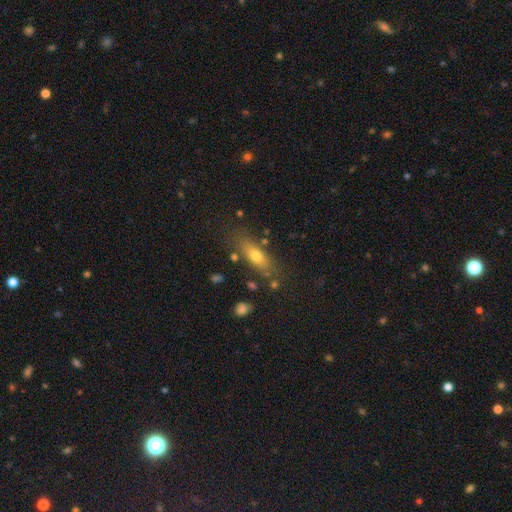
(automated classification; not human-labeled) Smooth or featured? smooth (61%)
How rounded? in between (49%)
Merging? none (76%)